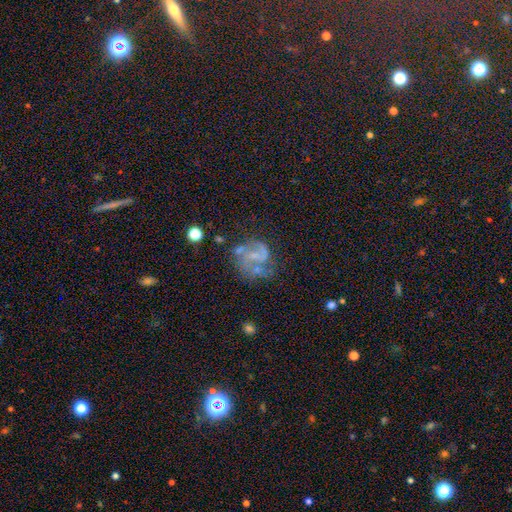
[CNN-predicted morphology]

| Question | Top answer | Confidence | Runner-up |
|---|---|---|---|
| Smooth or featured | featured or disk | 68% | smooth (19%) |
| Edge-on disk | no | 98% | yes (2%) |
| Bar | no | 51% | weak (39%) |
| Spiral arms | yes | 80% | no (20%) |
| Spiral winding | medium | 48% | loose (32%) |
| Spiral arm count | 2 | 67% | can't tell (13%) |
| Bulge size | small | 49% | none (30%) |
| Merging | none | 44% | major disturbance (24%) |